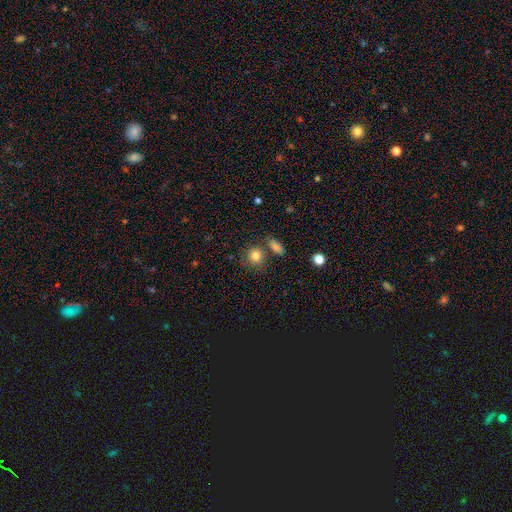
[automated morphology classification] This is clearly a smooth galaxy (83%). How rounded: clearly round (80%). Merging: likely none (70%).